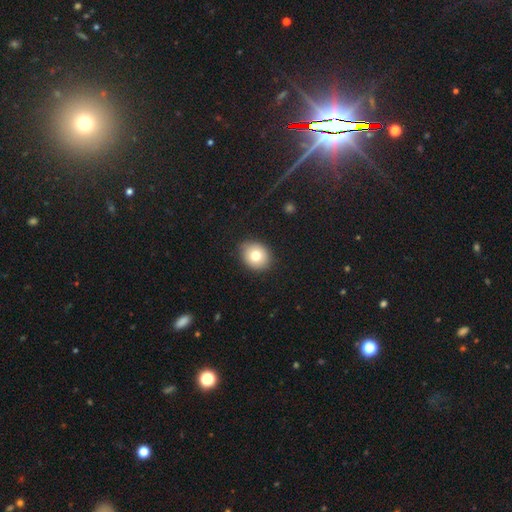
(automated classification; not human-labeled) Q: Smooth or featured?
A: smooth (77%); runner-up: featured or disk (14%)
Q: How rounded?
A: round (63%); runner-up: in between (36%)
Q: Merging?
A: none (87%); runner-up: minor disturbance (10%)